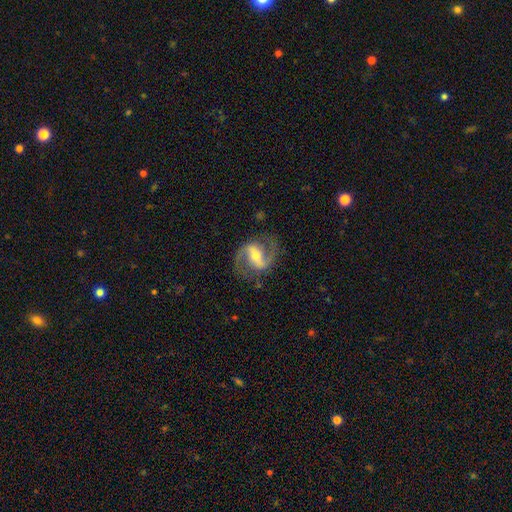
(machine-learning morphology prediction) Overall: featured or disk (88%). Edge-on disk: no (96%). Bar: strong (53%; weak 33%). Spiral arms: yes (96%). Spiral arm count: 2 (92%). Spiral winding: medium (52%; loose 36%). Bulge size: moderate (54%; small 38%). Merging: none (78%).